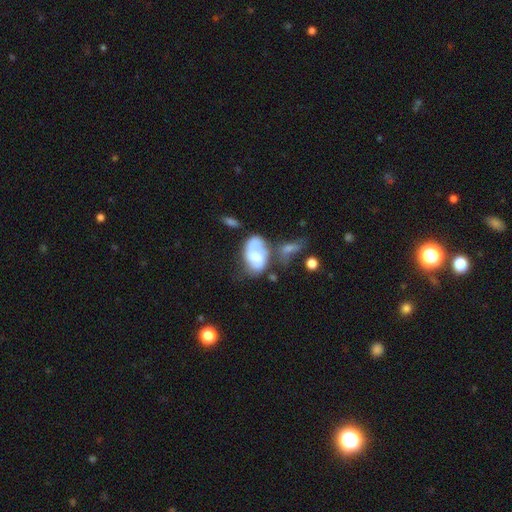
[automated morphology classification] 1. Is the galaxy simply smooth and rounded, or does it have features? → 53% featured or disk, 39% smooth, 7% star or artifact.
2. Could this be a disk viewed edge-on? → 96% no, 4% yes.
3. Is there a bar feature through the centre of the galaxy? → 54% no, 37% weak, 9% strong.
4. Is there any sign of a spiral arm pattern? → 74% yes, 26% no.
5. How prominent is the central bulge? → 45% moderate, 23% small, 16% large, 13% none, 2% dominant.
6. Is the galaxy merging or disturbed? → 31% merger, 27% none, 22% minor disturbance, 21% major disturbance.